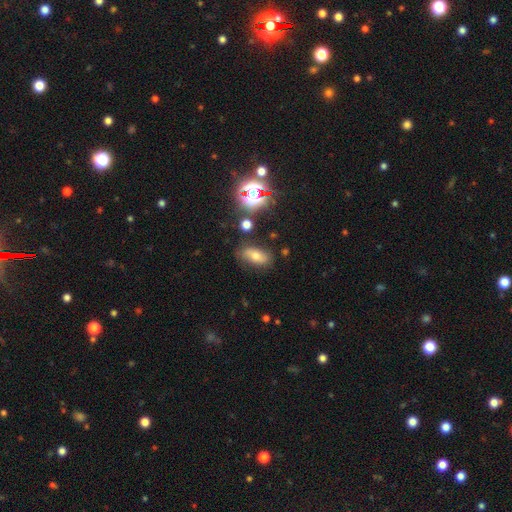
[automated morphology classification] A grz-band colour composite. It shows a smooth galaxy with no disk features (61%) that is in between round and cigar-shaped (82%). Merging: none (74%).